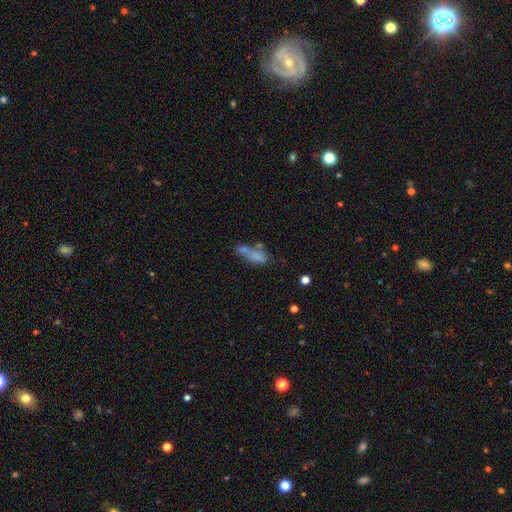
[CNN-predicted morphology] This appears to be a smooth galaxy with no disk features (66%) that is in between round and cigar-shaped (69%). Merging: merger (38%).